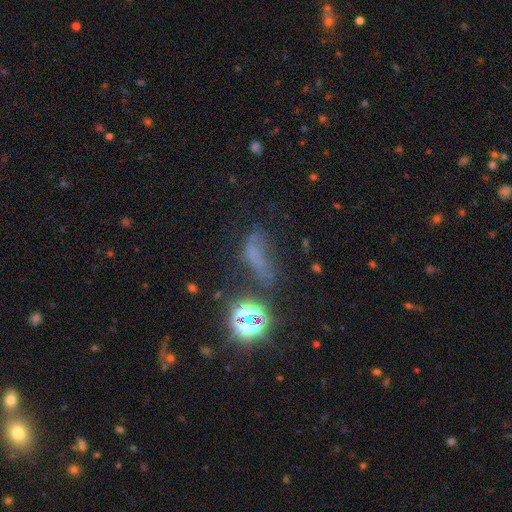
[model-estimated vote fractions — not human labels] Smooth or featured?
  - smooth: 39% * (tied)
  - star or artifact: 39% * (tied)
  - featured or disk: 22%
Merging?
  - none: 36% *
  - major disturbance: 32%
  - minor disturbance: 23%
  - merger: 9%